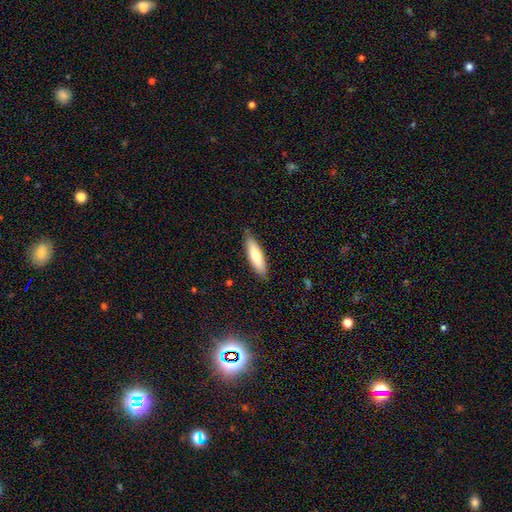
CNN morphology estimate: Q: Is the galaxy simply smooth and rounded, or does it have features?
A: smooth — 71%.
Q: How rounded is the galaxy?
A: cigar-shaped — 62%.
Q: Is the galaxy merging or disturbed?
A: none — 85%.